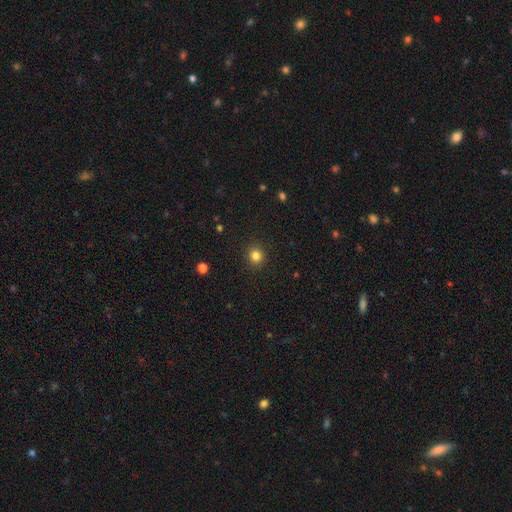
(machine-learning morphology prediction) This is clearly a smooth galaxy (83%). How rounded: clearly round (90%). Merging: clearly none (92%).